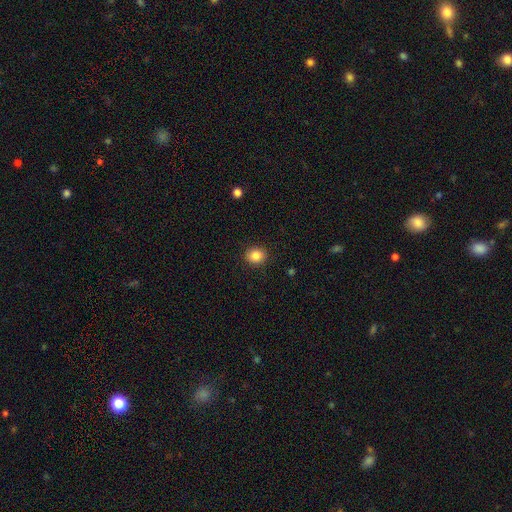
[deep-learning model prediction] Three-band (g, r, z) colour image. It shows a smooth galaxy with no disk features (85%) that is round (66%). Merging: none (90%).